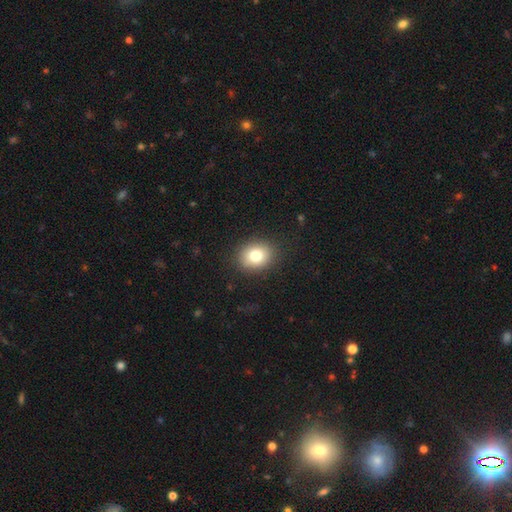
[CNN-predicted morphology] smooth_or_featured: smooth (p=0.80) [alt: star or artifact p=0.10]
how_rounded: round (p=0.54) [alt: in between p=0.46]
merging: none (p=0.87) [alt: minor disturbance p=0.09]